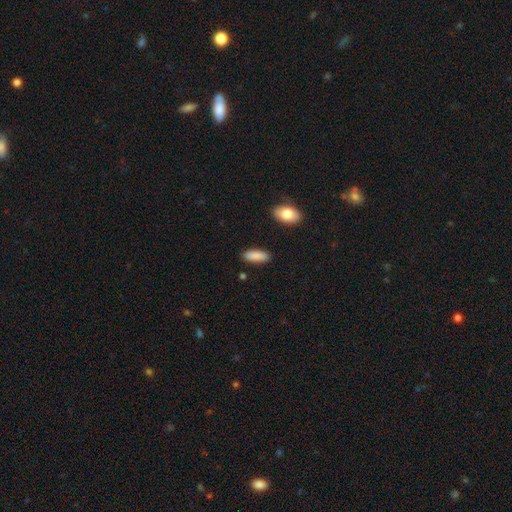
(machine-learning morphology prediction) This is clearly a smooth galaxy (89%). How rounded: likely in between (67%). Merging: clearly none (88%).